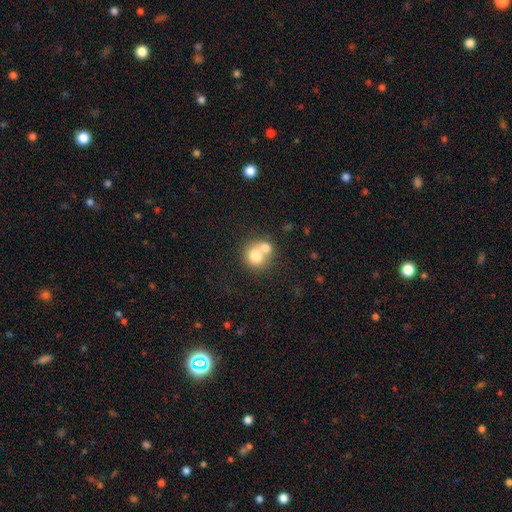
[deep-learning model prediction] A smooth galaxy with no disk features (72%) that is round (82%).

Vote fractions:
- Smooth or featured? smooth: 72% / featured or disk: 18% / star or artifact: 10%
- How rounded? round: 82% / in between: 17% / cigar-shaped: 1%
- Merging? merger: 58% / none: 33% / minor disturbance: 6% / major disturbance: 3%